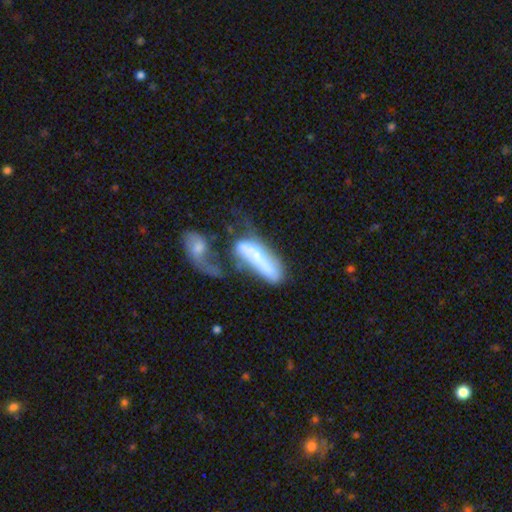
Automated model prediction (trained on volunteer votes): Overall: featured or disk (48%; smooth 45%). Merging: merger (49%; major disturbance 25%).